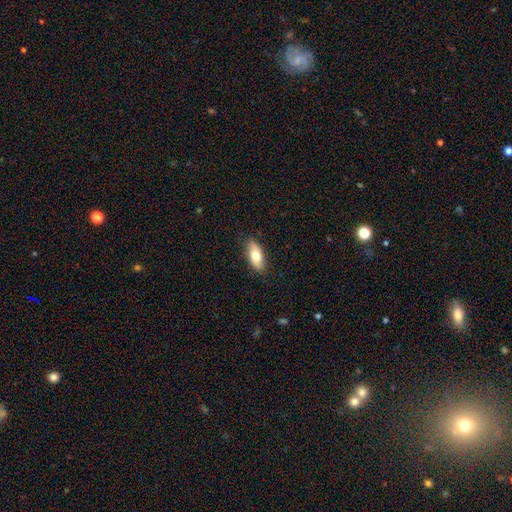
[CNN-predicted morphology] Smooth or featured? smooth (71%)
How rounded? in between (85%)
Merging? none (87%)